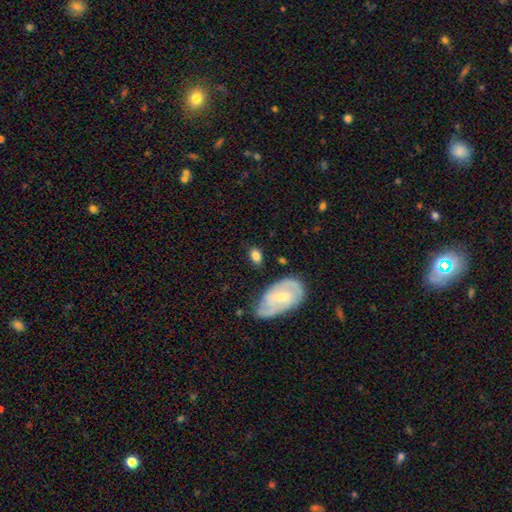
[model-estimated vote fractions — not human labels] Smooth or featured? Predicted: smooth (p=0.73). How rounded? Predicted: in between (p=0.82). Merging? Predicted: none (p=0.74).